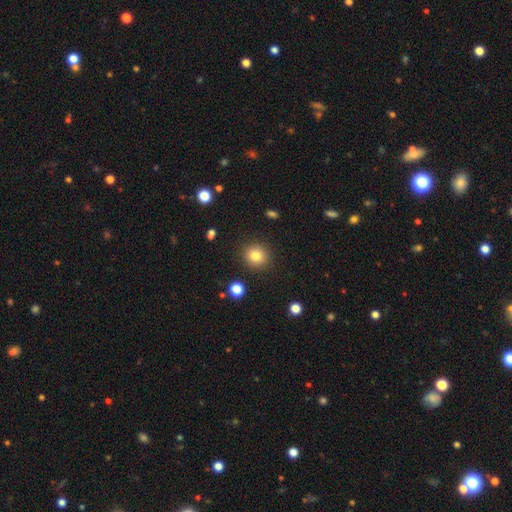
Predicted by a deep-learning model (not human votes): The model was most divided on "smooth or featured": smooth: 82%, star or artifact: 11%, featured or disk: 7%. More confident: merging — none (90%); how rounded — round (89%).